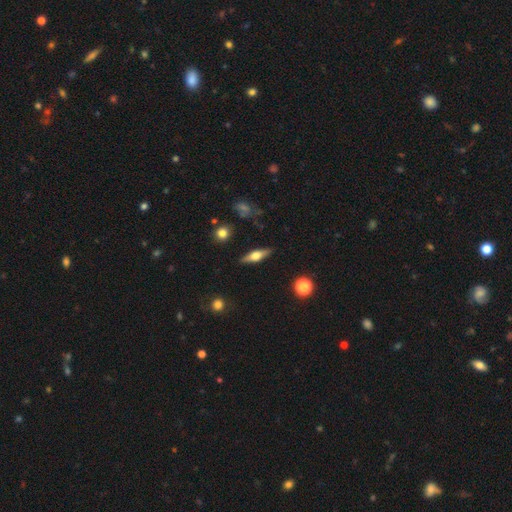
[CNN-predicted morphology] Smooth or featured: featured or disk — 51% (smooth — 43%)
Edge-on disk: yes — 91% (no — 9%)
Merging: none — 86% (minor disturbance — 10%)